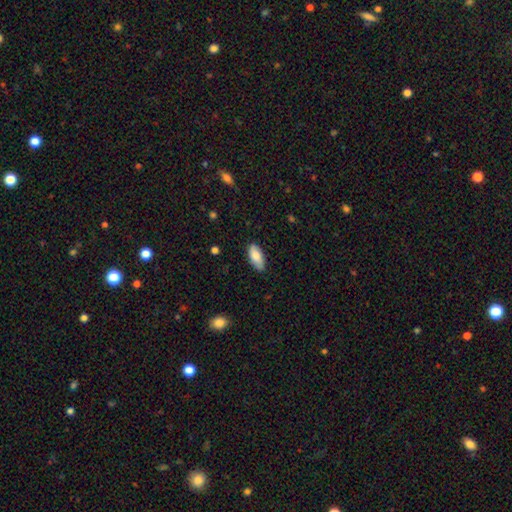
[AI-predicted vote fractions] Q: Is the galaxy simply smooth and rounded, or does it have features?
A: smooth — 82%.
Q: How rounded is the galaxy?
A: in between — 88%.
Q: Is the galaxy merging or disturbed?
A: none — 84%.